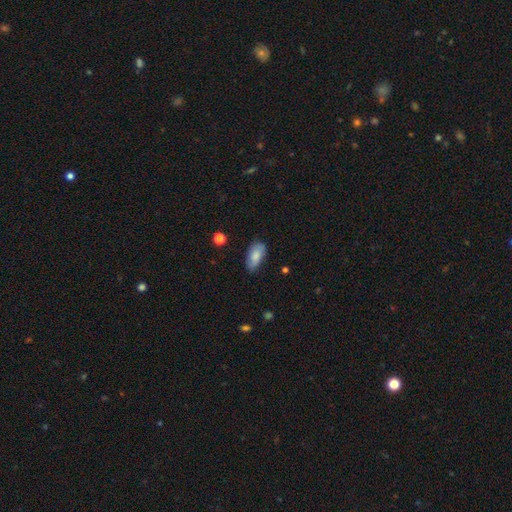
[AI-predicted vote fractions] This appears to be a smooth galaxy with no disk features (79%) that is in between round and cigar-shaped (91%). Merging: none (73%).